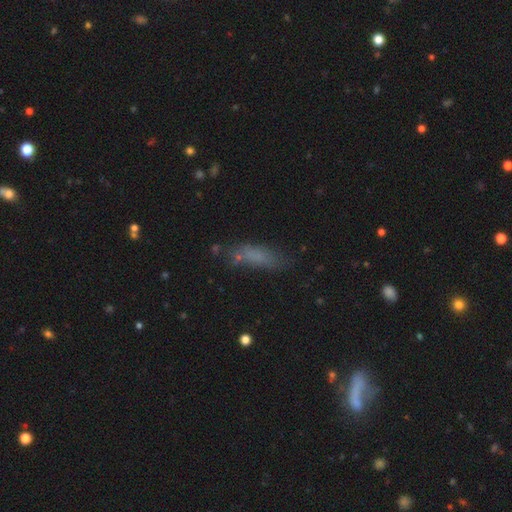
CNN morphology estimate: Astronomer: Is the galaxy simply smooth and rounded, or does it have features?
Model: smooth — 70%.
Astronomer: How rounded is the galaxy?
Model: cigar-shaped — 52% (runner-up: in between, 46%).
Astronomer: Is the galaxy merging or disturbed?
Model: none — 59%.